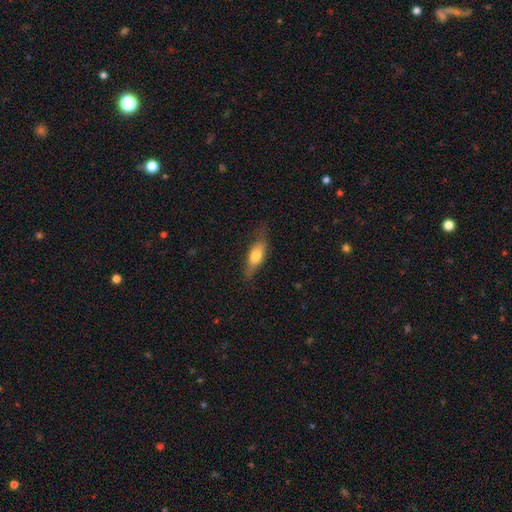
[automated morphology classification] Smooth or featured? smooth (64%)
How rounded? in between (60%)
Merging? none (68%)